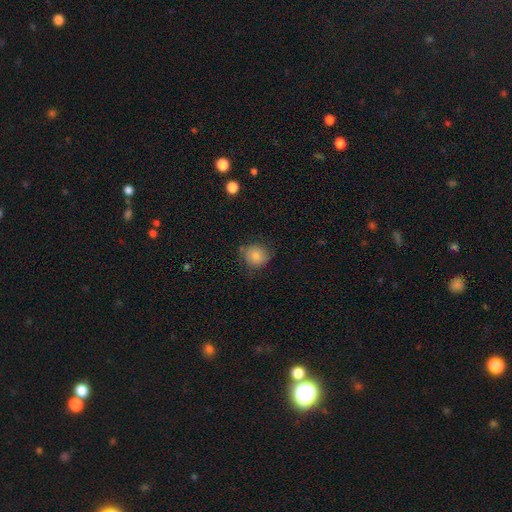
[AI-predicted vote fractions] smooth_or_featured: smooth (p=0.78) [alt: featured or disk p=0.12]
how_rounded: round (p=0.81) [alt: in between p=0.18]
merging: none (p=0.72) [alt: minor disturbance p=0.21]